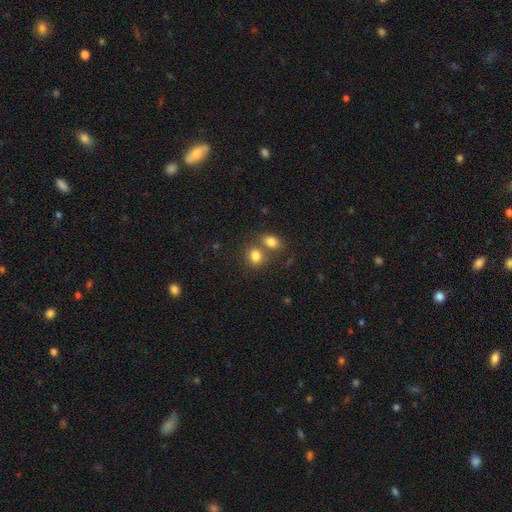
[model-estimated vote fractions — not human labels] Overall: smooth (82%). How rounded: in between (58%; round 41%). Merging: none (45%; merger 42%).